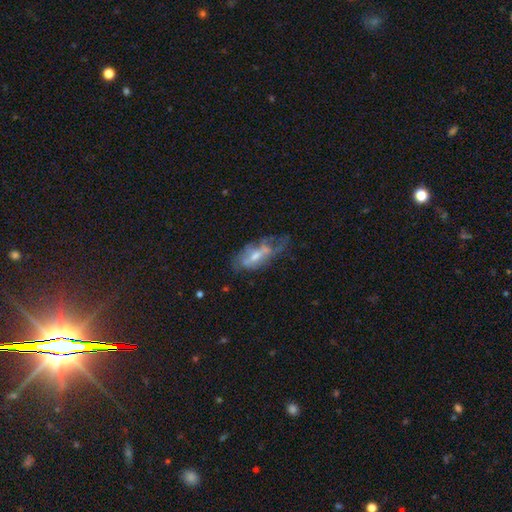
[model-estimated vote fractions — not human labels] A featured or disk galaxy (64%) with no bar (54%), spiral arms (51%) and a moderate central bulge (50%). Merging: none (42%).